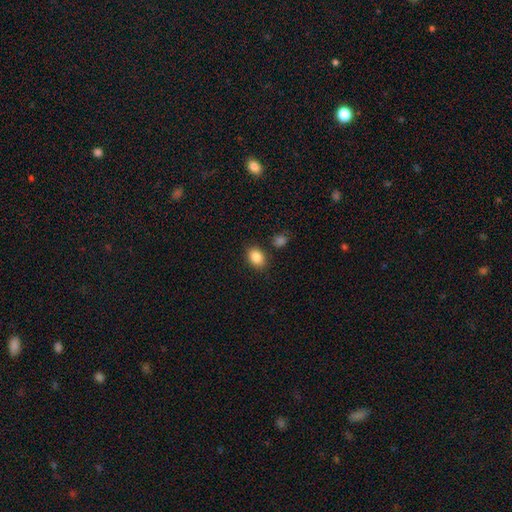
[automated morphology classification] Smooth or featured? smooth (87%)
How rounded? in between (72%)
Merging? none (83%)